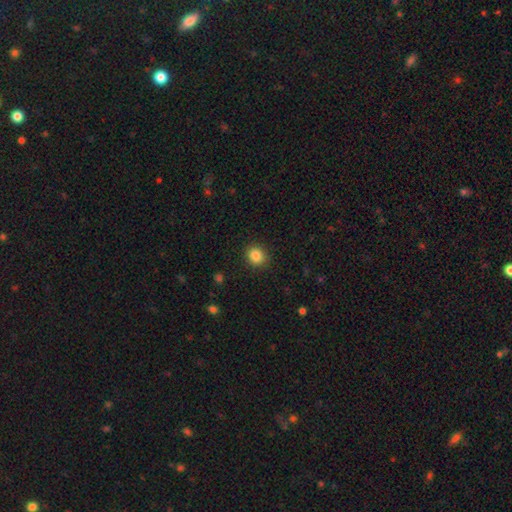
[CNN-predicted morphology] This appears to be a smooth galaxy with no disk features (86%) that is round (77%). Merging: none (90%).